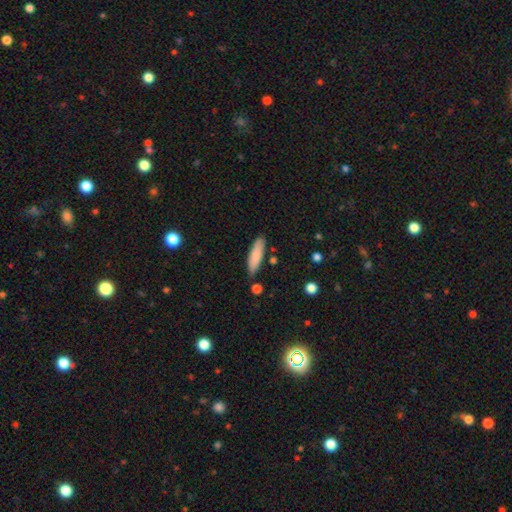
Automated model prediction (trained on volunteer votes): smooth 84%, featured or disk 11%, star or artifact 6%. Down the decision tree: how rounded — cigar-shaped (61%); merging — none (83%).